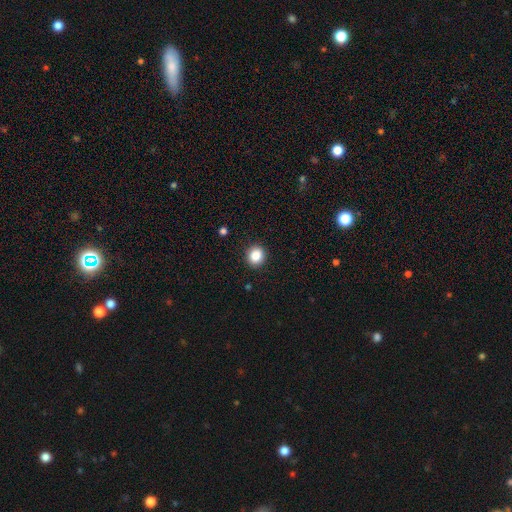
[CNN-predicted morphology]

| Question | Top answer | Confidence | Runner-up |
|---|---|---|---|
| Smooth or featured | smooth | 86% | star or artifact (10%) |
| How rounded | round | 82% | in between (17%) |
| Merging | none | 91% | minor disturbance (6%) |